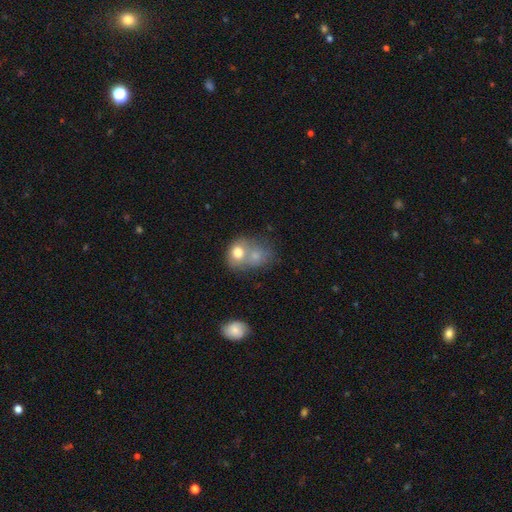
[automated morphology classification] Smooth or featured: smooth — 72% (featured or disk — 18%)
How rounded: round — 54% (in between — 45%)
Merging: merger — 67% (none — 19%)